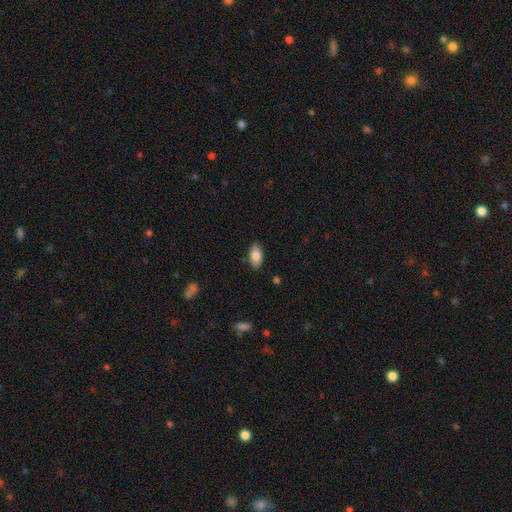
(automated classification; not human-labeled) Q: Smooth or featured?
A: smooth (85%); runner-up: featured or disk (8%)
Q: How rounded?
A: in between (93%); runner-up: round (4%)
Q: Merging?
A: none (85%); runner-up: minor disturbance (12%)